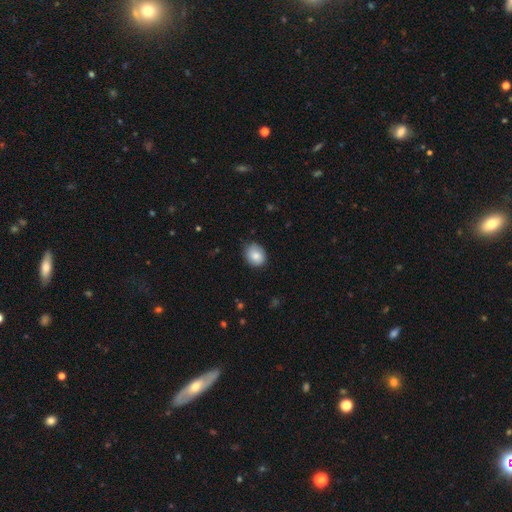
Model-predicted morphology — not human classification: smooth_or_featured: smooth (p=0.83) [alt: featured or disk p=0.09]
how_rounded: round (p=0.57) [alt: in between p=0.42]
merging: none (p=0.77) [alt: minor disturbance p=0.19]